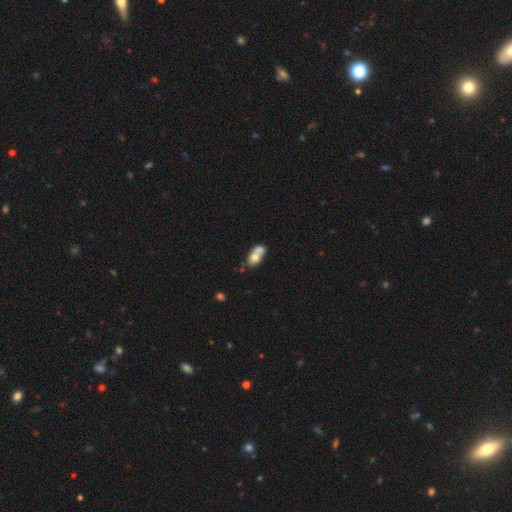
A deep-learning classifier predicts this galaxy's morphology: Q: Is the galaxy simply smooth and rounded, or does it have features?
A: smooth — 66%.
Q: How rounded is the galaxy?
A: in between — 70%.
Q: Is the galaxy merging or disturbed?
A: merger — 65%.